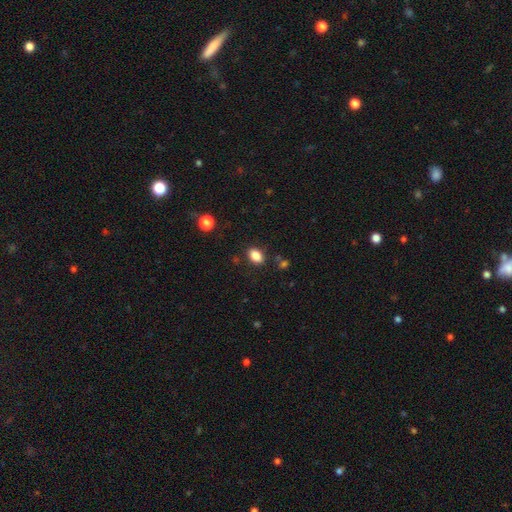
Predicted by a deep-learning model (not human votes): smooth-or-featured: smooth: 85% | star or artifact: 10% | featured or disk: 5%
  how-rounded: in between: 79% | round: 20% | cigar-shaped: 1%
  merging: none: 84% | minor disturbance: 10% | major disturbance: 3% | merger: 3%